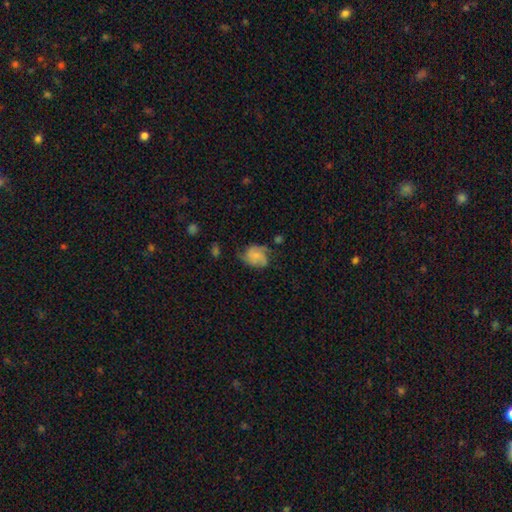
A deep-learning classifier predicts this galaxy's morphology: Overall: featured or disk (55%; smooth 38%). Edge-on disk: no (98%). Bar: no (70%). Spiral arms: yes (88%). Bulge size: small (60%; moderate 24%). Merging: none (52%; minor disturbance 31%).